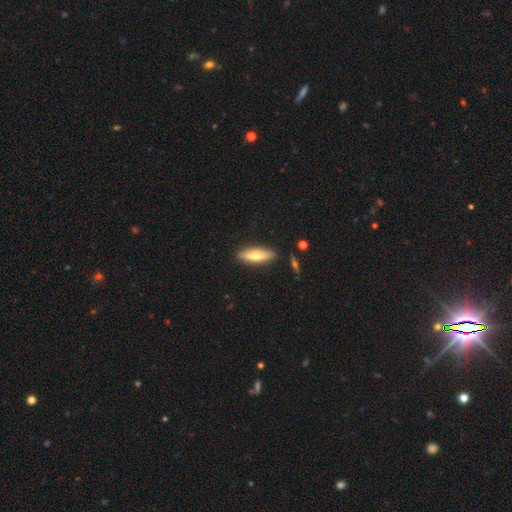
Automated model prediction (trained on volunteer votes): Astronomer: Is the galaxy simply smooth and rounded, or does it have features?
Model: smooth — 64%.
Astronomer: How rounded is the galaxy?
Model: cigar-shaped — 56% (runner-up: in between, 42%).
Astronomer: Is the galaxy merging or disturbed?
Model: none — 86%.